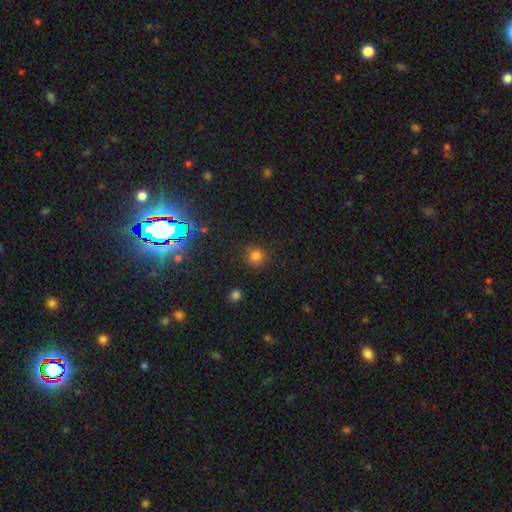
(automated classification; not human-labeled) smooth_or_featured: smooth (p=0.75) [alt: star or artifact p=0.19]
how_rounded: round (p=0.92) [alt: in between p=0.07]
merging: none (p=0.86) [alt: minor disturbance p=0.09]